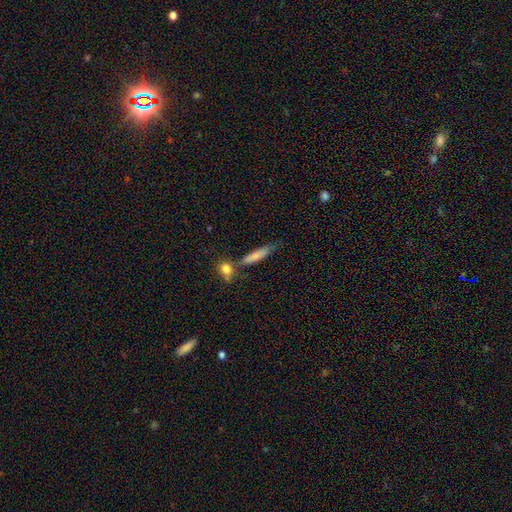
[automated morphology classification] smooth_or_featured: smooth (p=0.73) [alt: featured or disk p=0.20]
how_rounded: cigar-shaped (p=0.76) [alt: in between p=0.19]
merging: none (p=0.59) [alt: merger p=0.19]